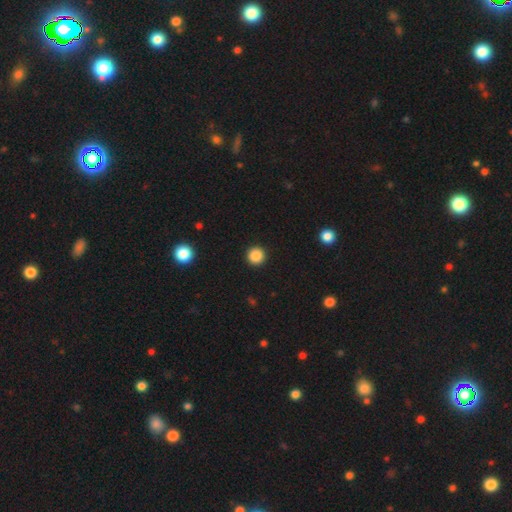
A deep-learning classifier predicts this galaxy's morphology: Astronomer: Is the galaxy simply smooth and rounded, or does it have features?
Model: smooth — 87%.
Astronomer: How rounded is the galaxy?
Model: round — 96%.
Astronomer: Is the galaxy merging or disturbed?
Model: none — 93%.